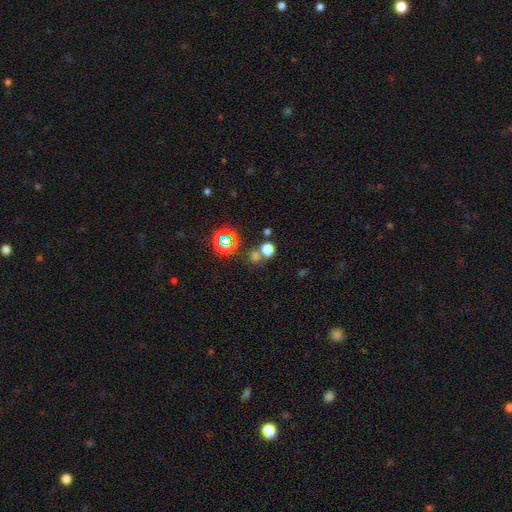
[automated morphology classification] A smooth galaxy with no disk features (55%) that is round (80%). Merging: none (62%).